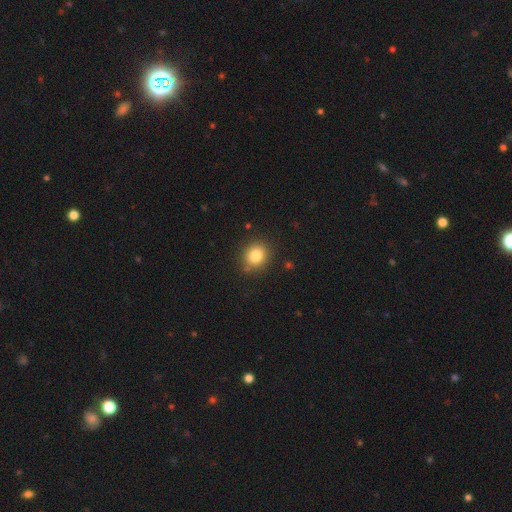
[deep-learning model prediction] This is clearly a smooth galaxy (82%). How rounded: likely round (75%). Merging: clearly none (85%).